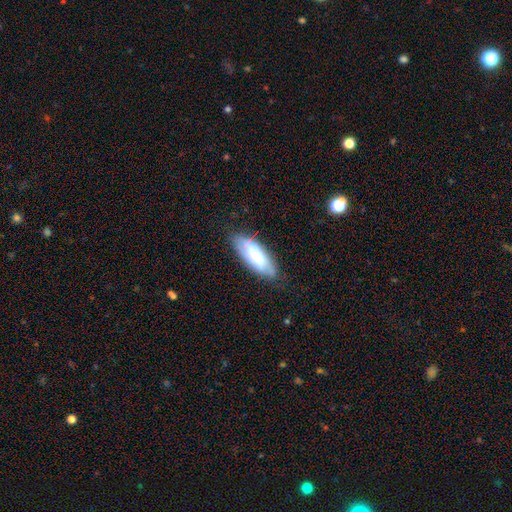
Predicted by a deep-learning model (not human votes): The model was most divided on "smooth or featured": smooth: 66%, featured or disk: 27%, star or artifact: 7%. More confident: merging — none (73%); how rounded — in between (69%).